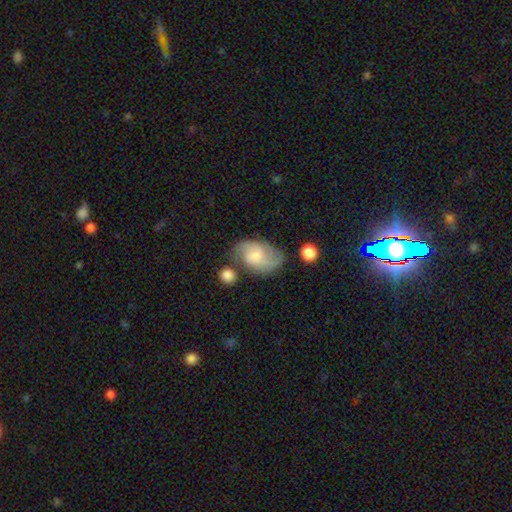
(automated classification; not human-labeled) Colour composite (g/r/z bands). It shows a featured or disk galaxy (58%) with no bar (57%), 2 (76%) medium (49%) spiral arms (89%) and a small central bulge (47%). Merging: none (55%).